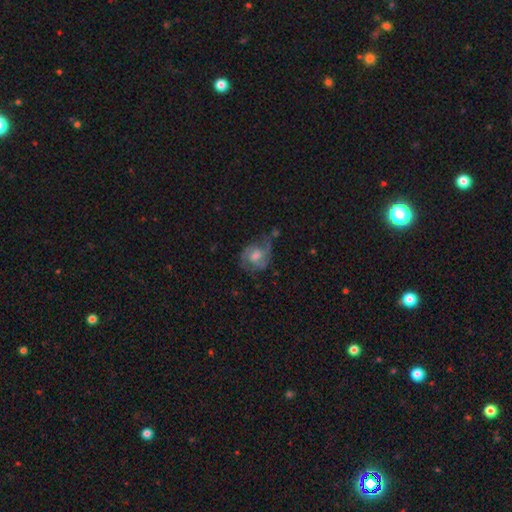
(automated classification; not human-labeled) This is likely a featured or disk galaxy (65%). It is clearly not viewed edge-on (97%). Bar: possibly no (53%). Spiral arm pattern: clearly yes (87%). Spiral arm count: likely 2 (70%). Spiral winding: possibly medium (48%). Central bulge: possibly moderate (55%). Merging: possibly none (52%).